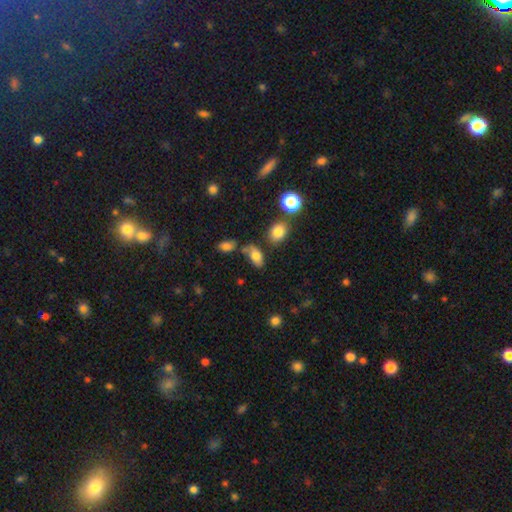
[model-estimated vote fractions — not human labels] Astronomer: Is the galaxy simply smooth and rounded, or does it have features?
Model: smooth — 78%.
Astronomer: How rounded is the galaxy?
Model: in between — 89%.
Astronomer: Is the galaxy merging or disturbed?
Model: none — 61%.